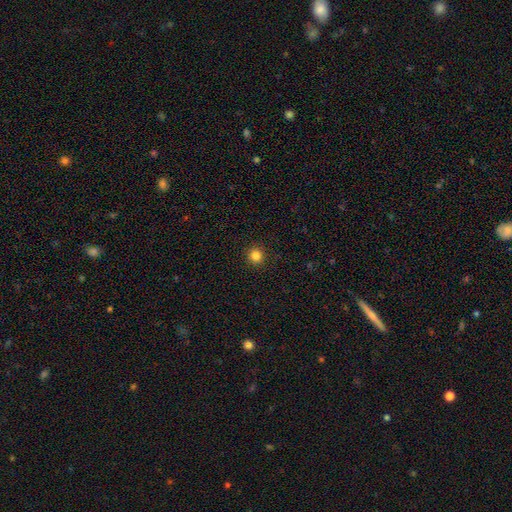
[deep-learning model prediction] smooth-or-featured: smooth: 83% | star or artifact: 13% | featured or disk: 4%
  how-rounded: round: 95% | in between: 4% | cigar-shaped: 1%
  merging: none: 93% | minor disturbance: 5% | major disturbance: 2% | merger: 1%